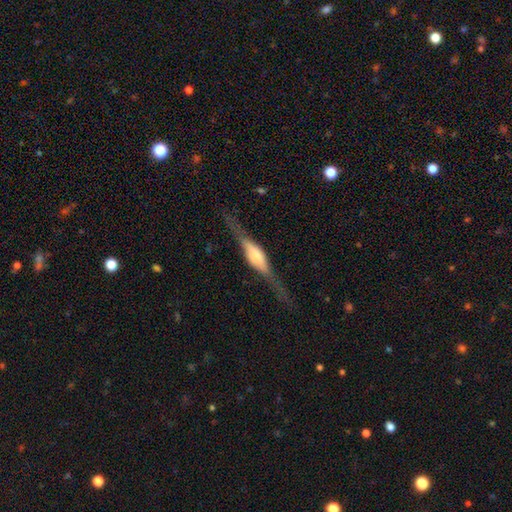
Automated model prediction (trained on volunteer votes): This is likely a featured or disk galaxy (72%). It is clearly viewed edge-on (95%). Edge-on bulge: likely rounded (74%). Merging: likely none (71%).